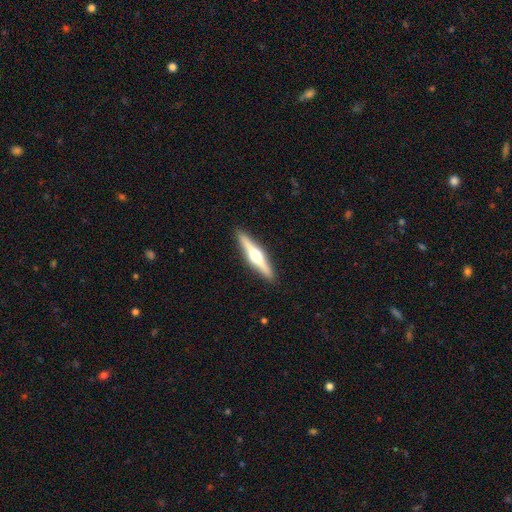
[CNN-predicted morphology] Smooth or featured: featured or disk — 71% (smooth — 24%)
Edge-on disk: yes — 98% (no — 2%)
Edge-on bulge: rounded — 95% (boxy — 3%)
Merging: none — 92% (minor disturbance — 6%)